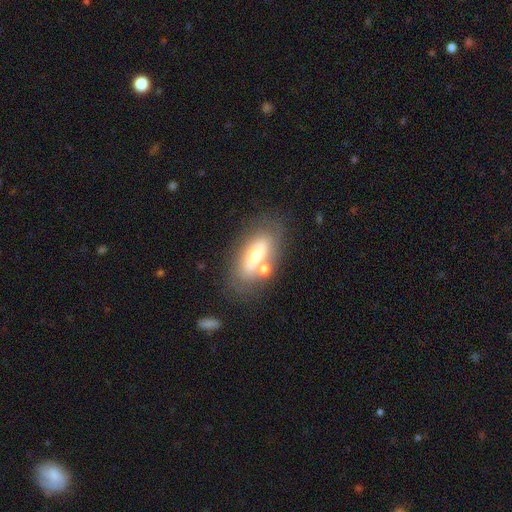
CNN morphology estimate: Smooth or featured: featured or disk — 48% (smooth — 43%)
Merging: none — 65% (minor disturbance — 16%)